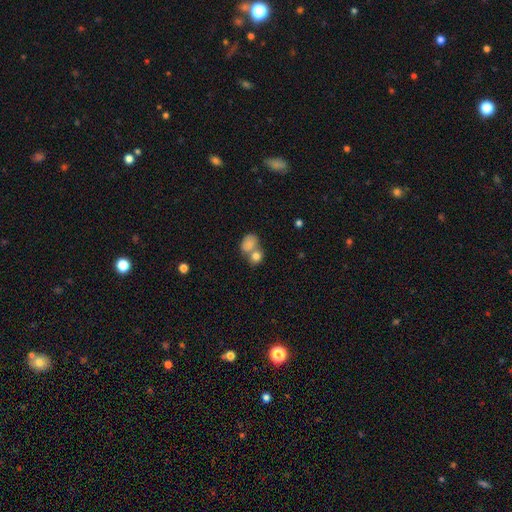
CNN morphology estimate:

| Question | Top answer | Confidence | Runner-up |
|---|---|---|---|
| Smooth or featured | smooth | 82% | featured or disk (10%) |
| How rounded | round | 51% | in between (48%) |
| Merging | merger | 55% | none (31%) |